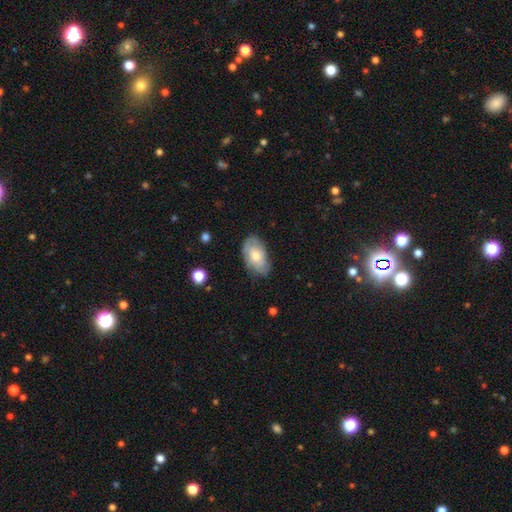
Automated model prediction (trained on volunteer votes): smooth-or-featured: smooth: 58% | featured or disk: 36% | star or artifact: 7%
  how-rounded: in between: 92% | round: 6% | cigar-shaped: 2%
  merging: none: 68% | minor disturbance: 25% | major disturbance: 5% | merger: 1%